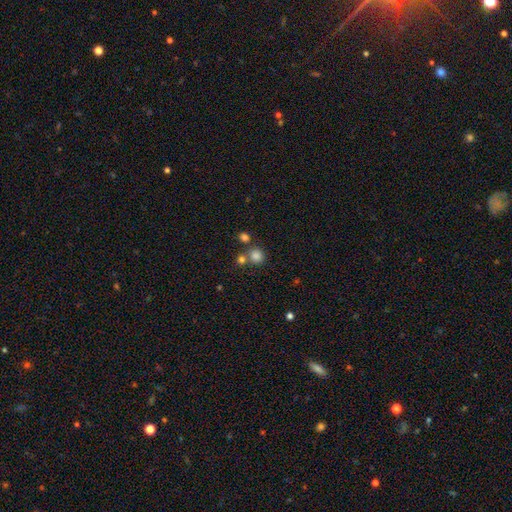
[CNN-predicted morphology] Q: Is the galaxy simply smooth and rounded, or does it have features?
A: smooth — 81%.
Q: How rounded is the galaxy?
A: round — 88%.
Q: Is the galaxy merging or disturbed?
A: none — 67%.